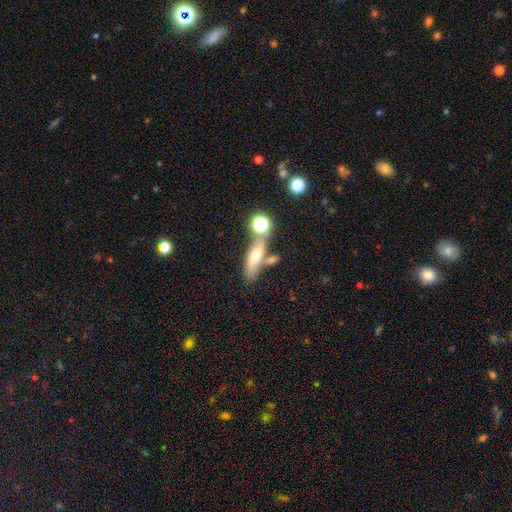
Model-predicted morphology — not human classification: A smooth galaxy with no disk features (53%) that is in between round and cigar-shaped (47%). Merging: none (58%).